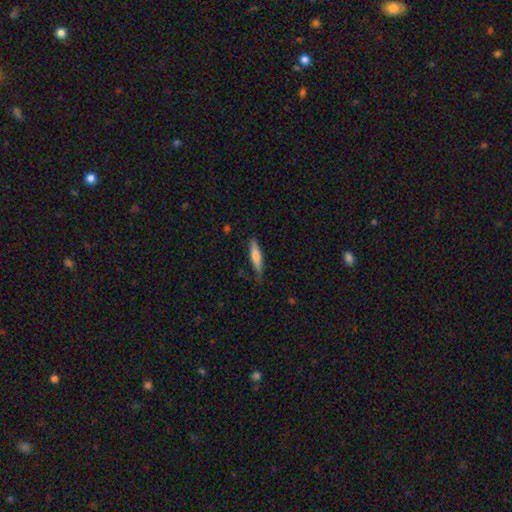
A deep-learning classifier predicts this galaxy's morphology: This appears to be a smooth galaxy with no disk features (67%) that is cigar-shaped (78%). Merging: none (72%).